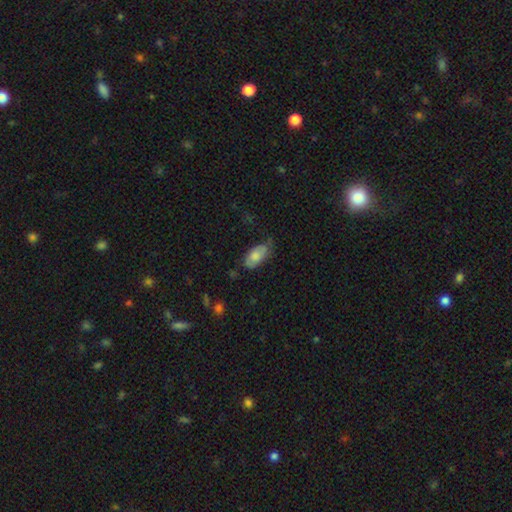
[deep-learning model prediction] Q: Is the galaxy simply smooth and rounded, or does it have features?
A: smooth — 72%.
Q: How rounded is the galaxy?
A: in between — 92%.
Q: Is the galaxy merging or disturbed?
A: none — 55%.